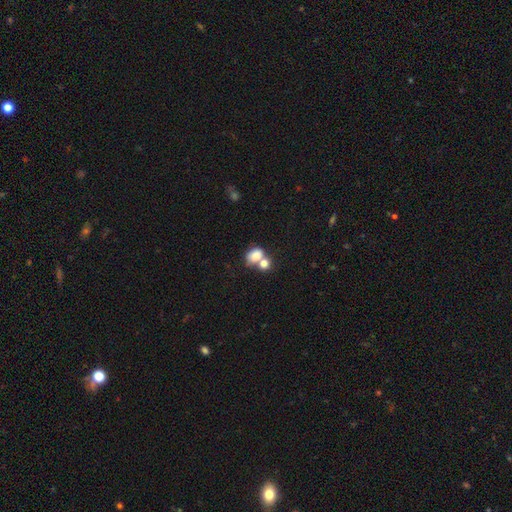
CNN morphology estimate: smooth-or-featured: smooth: 79% | star or artifact: 10% | featured or disk: 10%
  how-rounded: in between: 58% | round: 41% | cigar-shaped: 1%
  merging: merger: 53% | none: 32% | minor disturbance: 9% | major disturbance: 5%